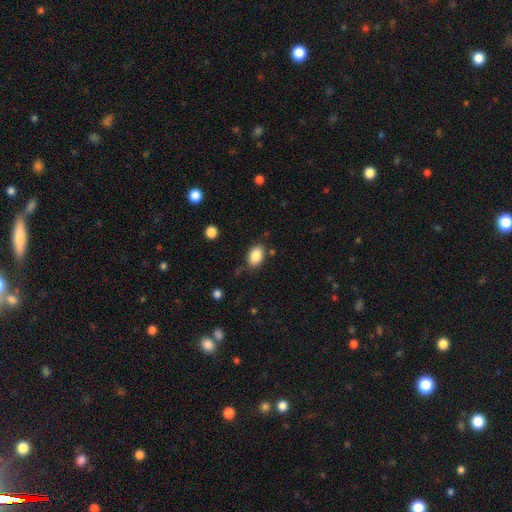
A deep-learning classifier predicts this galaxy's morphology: smooth-or-featured: smooth: 87% | star or artifact: 8% | featured or disk: 6%
  how-rounded: in between: 87% | round: 11% | cigar-shaped: 1%
  merging: none: 80% | minor disturbance: 13% | major disturbance: 3% | merger: 3%